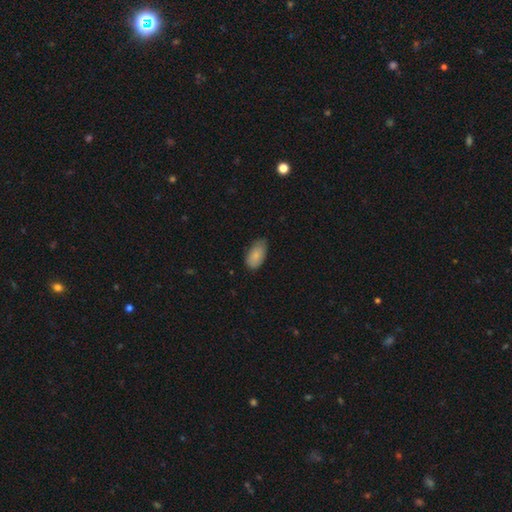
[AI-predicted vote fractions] Smooth or featured? smooth (85%)
How rounded? in between (94%)
Merging? none (68%)